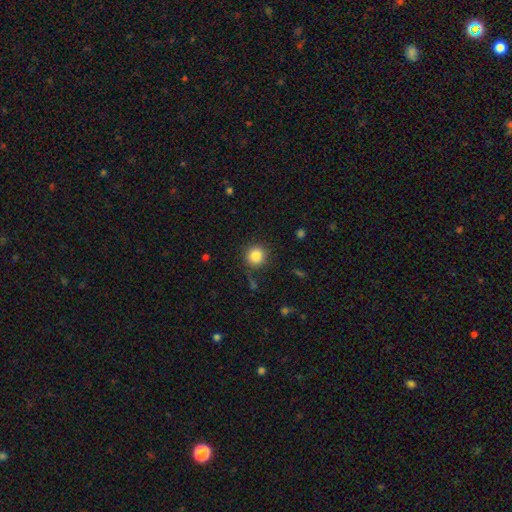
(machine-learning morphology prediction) This appears to be a smooth galaxy with no disk features (84%) that is round (94%). Merging: none (87%).